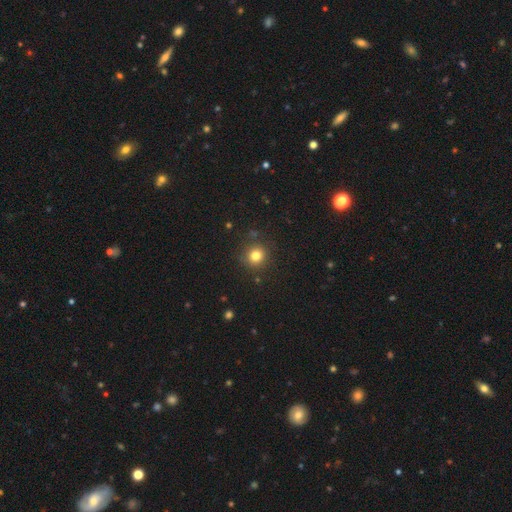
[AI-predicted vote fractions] This appears to be a smooth galaxy with no disk features (80%) that is round (90%). Merging: none (88%).